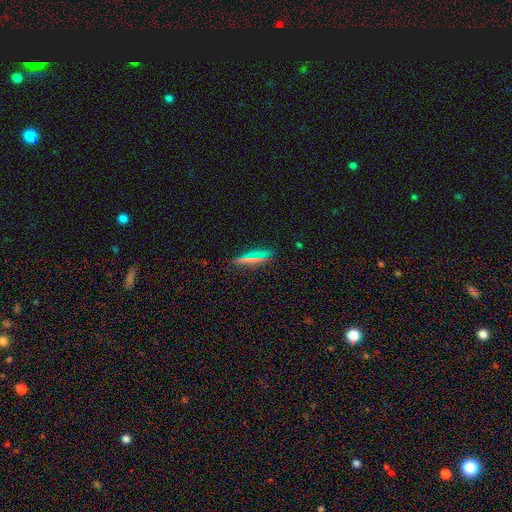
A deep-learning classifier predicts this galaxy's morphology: Overall: smooth (65%). How rounded: cigar-shaped (62%; in between 32%). Merging: none (84%).